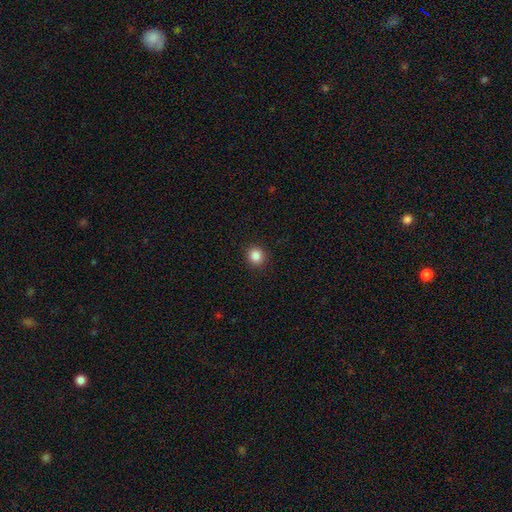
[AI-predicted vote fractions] smooth_or_featured: smooth (p=0.86) [alt: star or artifact p=0.11]
how_rounded: round (p=0.90) [alt: in between p=0.09]
merging: none (p=0.92) [alt: minor disturbance p=0.05]